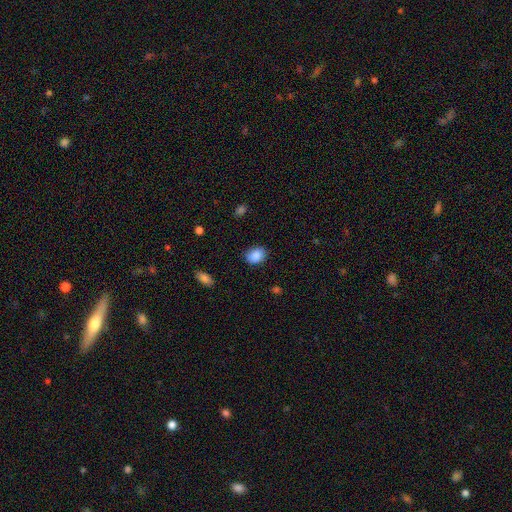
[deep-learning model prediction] This is clearly a smooth galaxy (86%). How rounded: possibly in between (53%). Merging: clearly none (82%).